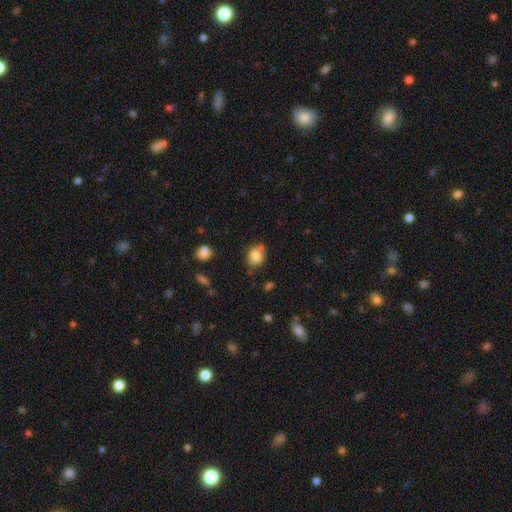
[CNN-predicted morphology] smooth_or_featured: smooth (p=0.81) [alt: star or artifact p=0.10]
how_rounded: round (p=0.50) [alt: in between p=0.49]
merging: none (p=0.60) [alt: minor disturbance p=0.23]